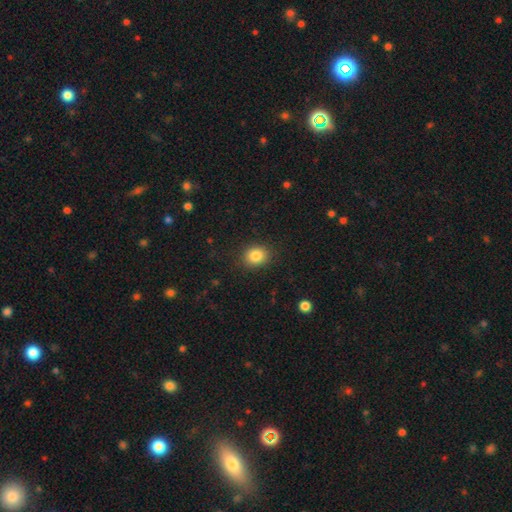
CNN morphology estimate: Smooth or featured? Predicted: smooth (p=0.84). How rounded? Predicted: round (p=0.66). Merging? Predicted: none (p=0.88).